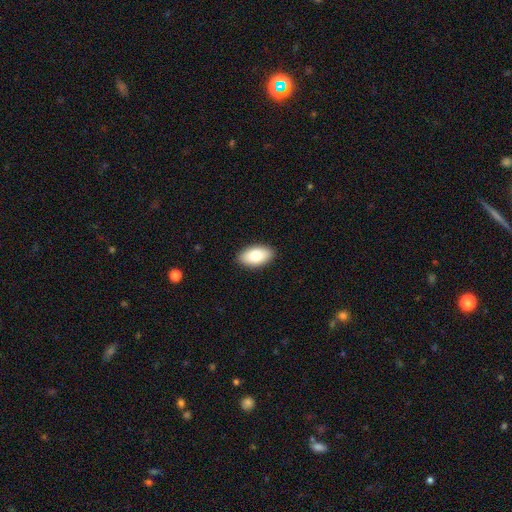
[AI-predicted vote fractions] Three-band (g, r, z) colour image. It shows a smooth galaxy with no disk features (80%) that is in between round and cigar-shaped (94%). Merging: none (89%).